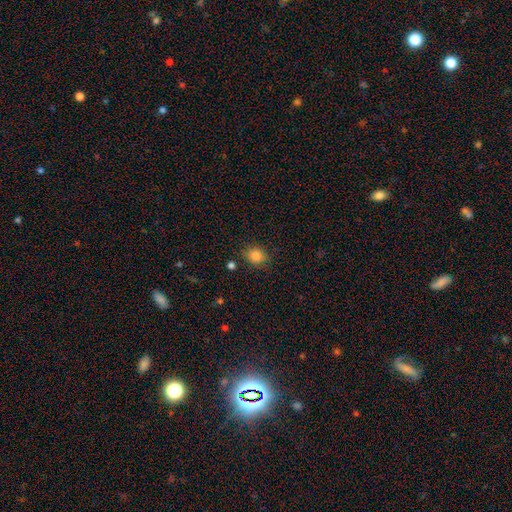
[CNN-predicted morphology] type=smooth (84%); roundness=round (64%); merging=none (82%).